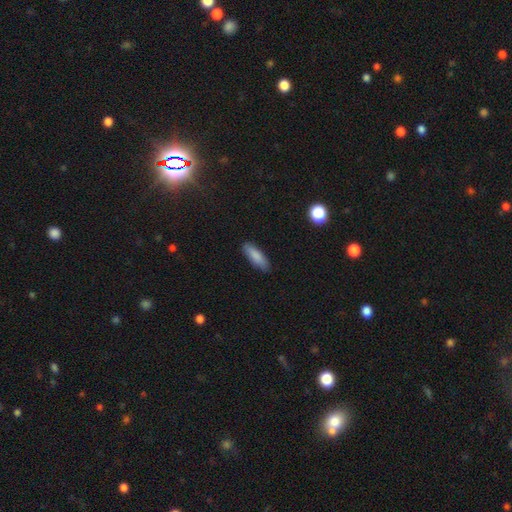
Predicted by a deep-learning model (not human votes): smooth_or_featured: smooth (p=0.86) [alt: featured or disk p=0.07]
how_rounded: cigar-shaped (p=0.49) [tied with: in between p=0.49]
merging: none (p=0.87) [alt: minor disturbance p=0.10]